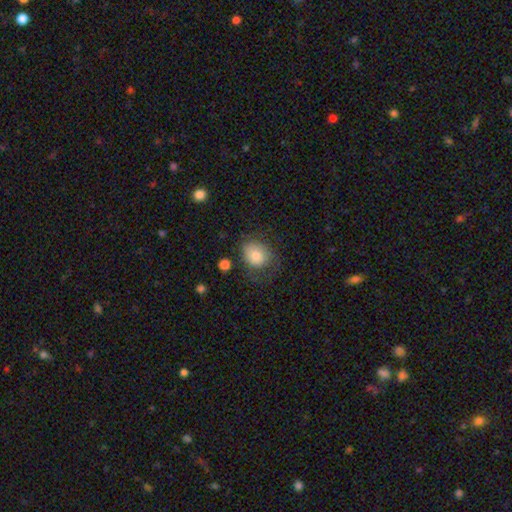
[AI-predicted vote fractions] Overall: smooth (78%). How rounded: round (54%; in between 45%). Merging: none (57%; minor disturbance 26%).